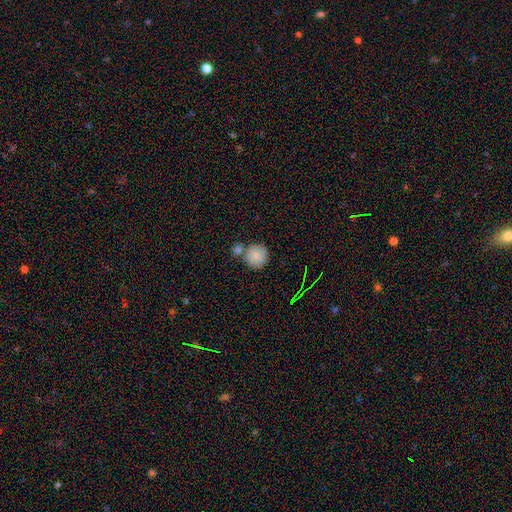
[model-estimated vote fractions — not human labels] smooth-or-featured: smooth: 82% | featured or disk: 9% | star or artifact: 9%
  how-rounded: round: 91% | in between: 8% | cigar-shaped: 1%
  merging: none: 60% | merger: 26% | minor disturbance: 11% | major disturbance: 3%